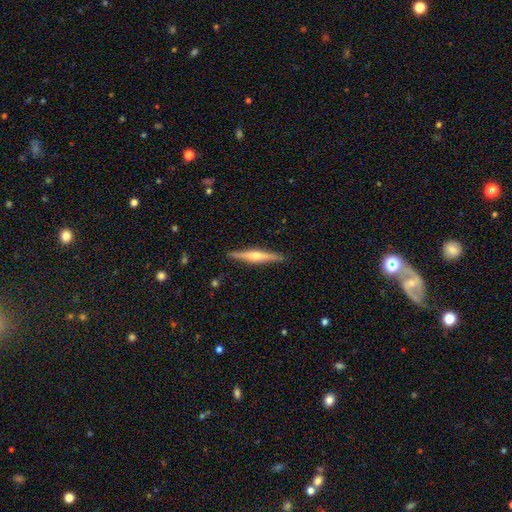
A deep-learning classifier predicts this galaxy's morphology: This is likely a featured or disk galaxy (69%). It is clearly viewed edge-on (98%). Edge-on bulge: clearly rounded (82%). Merging: clearly none (90%).